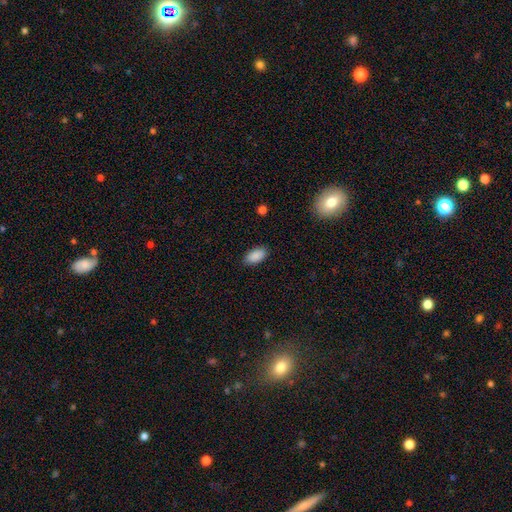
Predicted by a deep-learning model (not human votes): The model was most divided on "merging": none: 87%, minor disturbance: 10%, major disturbance: 2%, merger: 1%. More confident: how rounded — in between (94%); smooth or featured — smooth (89%).